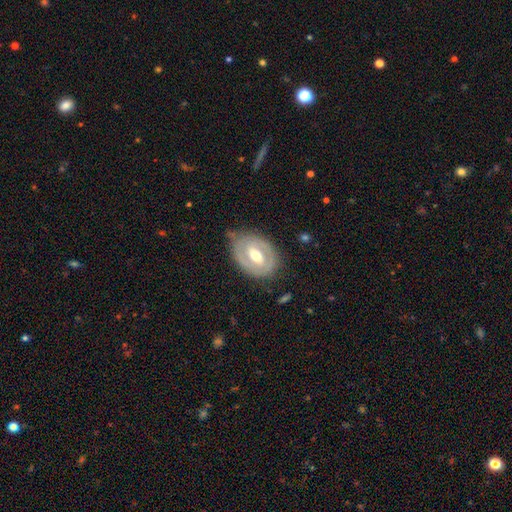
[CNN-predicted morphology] featured or disk 68%, smooth 26%, star or artifact 5%. Down the decision tree: edge-on disk — no (94%); bar — weak (44%); spiral arms — yes (52%); bulge size — moderate (73%); merging — none (68%).